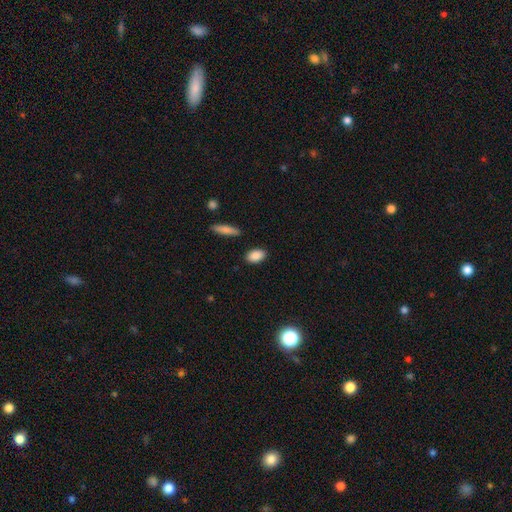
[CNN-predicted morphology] A smooth galaxy with no disk features (88%) that is in between round and cigar-shaped (89%). Merging: none (87%).